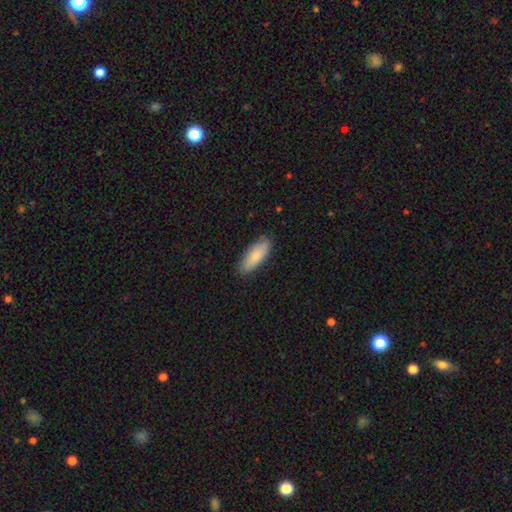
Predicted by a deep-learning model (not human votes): smooth_or_featured: smooth (p=0.83) [alt: featured or disk p=0.11]
how_rounded: in between (p=0.71) [alt: cigar-shaped p=0.27]
merging: none (p=0.82) [alt: minor disturbance p=0.15]